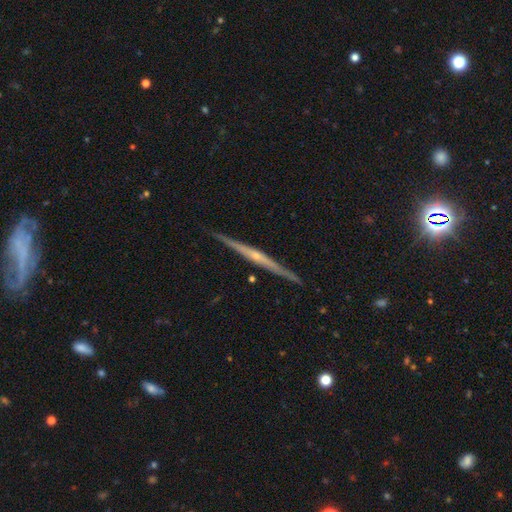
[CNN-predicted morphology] Smooth or featured: featured or disk — 80% (smooth — 14%)
Edge-on disk: yes — 98% (no — 2%)
Edge-on bulge: rounded — 61% (none — 33%)
Merging: none — 90% (minor disturbance — 7%)